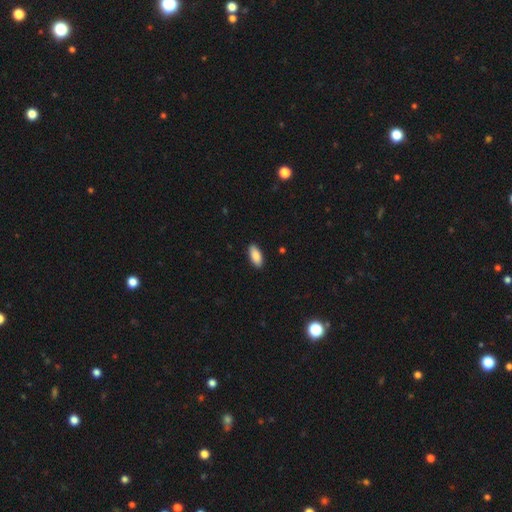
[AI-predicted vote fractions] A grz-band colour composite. It shows a smooth galaxy with no disk features (88%) that is in between round and cigar-shaped (85%). Merging: none (89%).